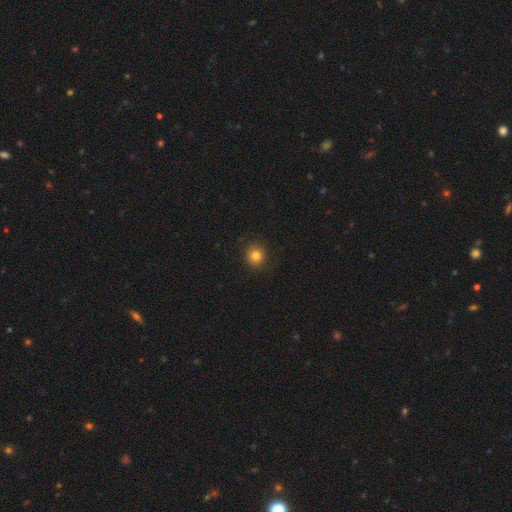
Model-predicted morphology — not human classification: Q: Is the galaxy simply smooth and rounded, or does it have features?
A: smooth — 81%.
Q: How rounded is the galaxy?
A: round — 89%.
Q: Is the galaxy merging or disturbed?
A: none — 89%.